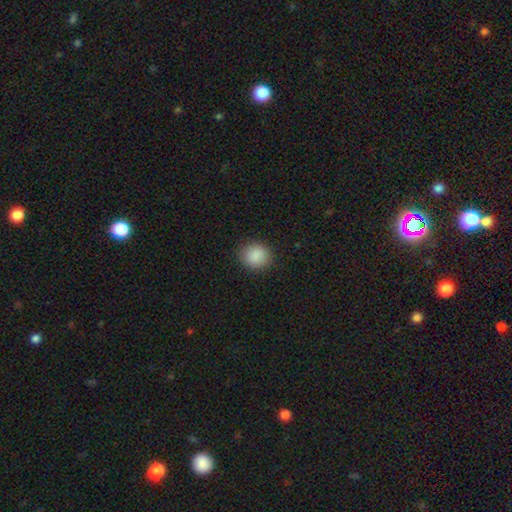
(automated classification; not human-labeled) smooth 89%, star or artifact 8%, featured or disk 3%. Down the decision tree: how rounded — round (79%); merging — none (88%).